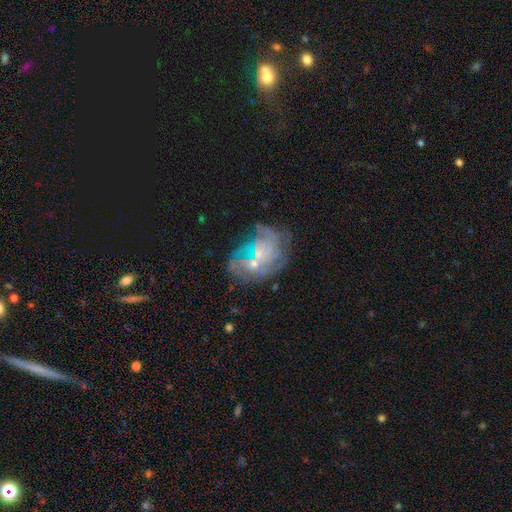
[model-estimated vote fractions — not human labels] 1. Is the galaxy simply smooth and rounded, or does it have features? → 57% featured or disk, 25% star or artifact, 18% smooth.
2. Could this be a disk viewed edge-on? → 96% no, 4% yes.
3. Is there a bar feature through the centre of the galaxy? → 58% no, 32% weak, 10% strong.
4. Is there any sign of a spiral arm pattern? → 73% yes, 27% no.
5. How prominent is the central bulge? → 61% small, 28% moderate, 7% none, 3% large, 2% dominant.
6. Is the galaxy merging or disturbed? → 59% none, 18% minor disturbance, 13% major disturbance, 10% merger.